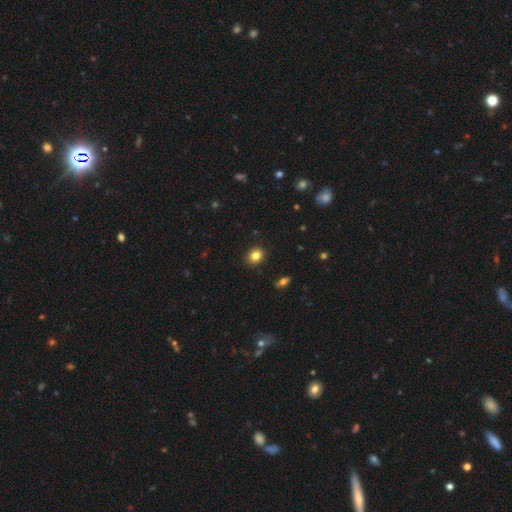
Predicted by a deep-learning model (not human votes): smooth-or-featured: smooth: 83% | star or artifact: 11% | featured or disk: 6%
  how-rounded: round: 60% | in between: 39% | cigar-shaped: 1%
  merging: none: 90% | minor disturbance: 7% | major disturbance: 2% | merger: 1%